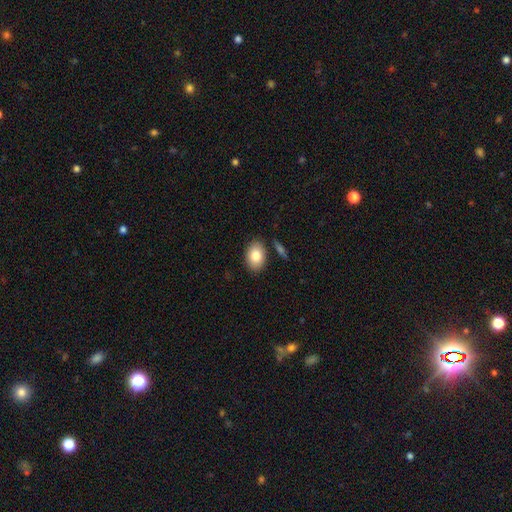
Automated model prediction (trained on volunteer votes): smooth_or_featured: smooth (p=0.83) [alt: featured or disk p=0.10]
how_rounded: in between (p=0.84) [alt: round p=0.15]
merging: none (p=0.84) [alt: minor disturbance p=0.10]